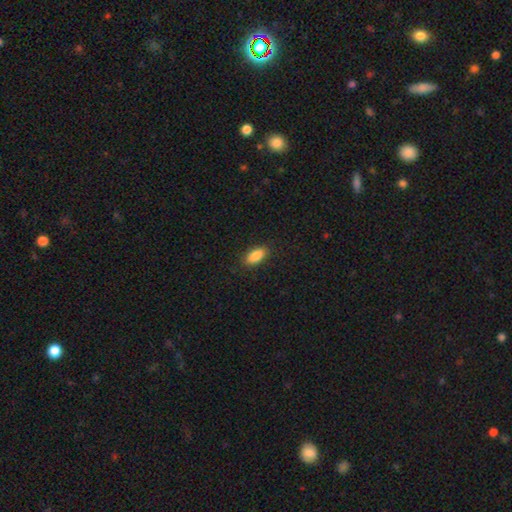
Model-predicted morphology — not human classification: smooth 88%, star or artifact 7%, featured or disk 5%. Down the decision tree: how rounded — in between (88%); merging — none (87%).